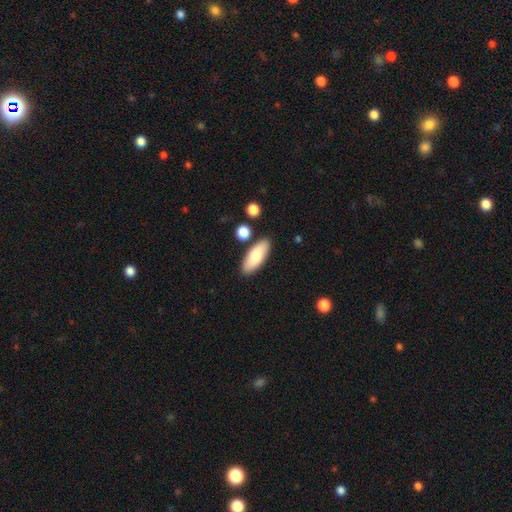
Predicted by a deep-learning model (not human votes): This is likely a smooth galaxy (77%). How rounded: likely in between (76%). Merging: clearly none (83%).